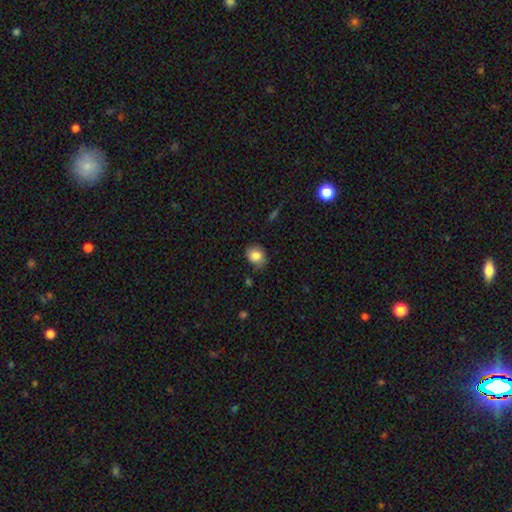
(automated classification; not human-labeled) A smooth galaxy with no disk features (83%) that is round (70%).

Vote fractions:
- Smooth or featured? smooth: 83% / star or artifact: 9% / featured or disk: 8%
- How rounded? round: 70% / in between: 30% / cigar-shaped: 1%
- Merging? none: 73% / minor disturbance: 20% / major disturbance: 4% / merger: 2%